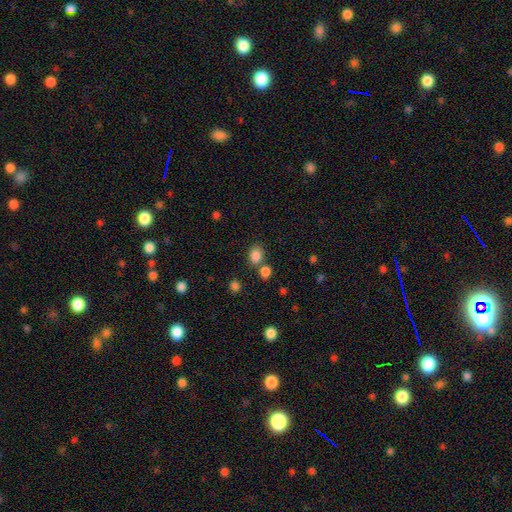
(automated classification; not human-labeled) smooth_or_featured: smooth (p=0.84) [alt: star or artifact p=0.11]
how_rounded: in between (p=0.66) [alt: round p=0.33]
merging: none (p=0.62) [alt: merger p=0.22]